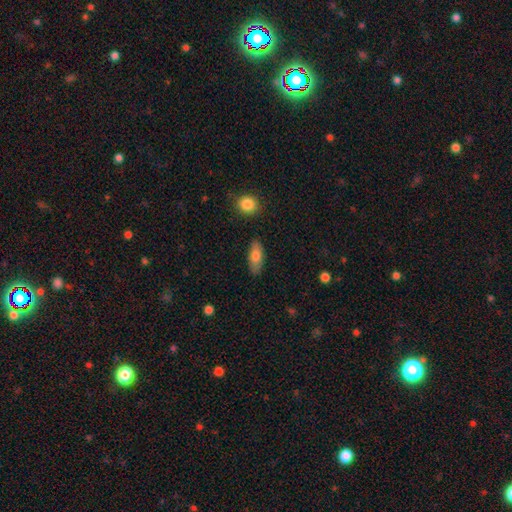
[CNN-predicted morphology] A smooth galaxy with no disk features (76%) that is in between round and cigar-shaped (82%).

Vote fractions:
- Smooth or featured? smooth: 76% / featured or disk: 17% / star or artifact: 7%
- How rounded? in between: 82% / cigar-shaped: 15% / round: 3%
- Merging? none: 84% / minor disturbance: 12% / major disturbance: 2% / merger: 2%